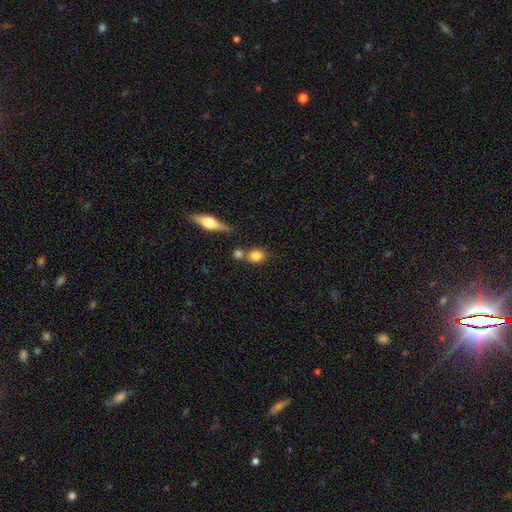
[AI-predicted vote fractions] This appears to be a smooth galaxy with no disk features (81%) that is round (57%). Merging: none (58%).